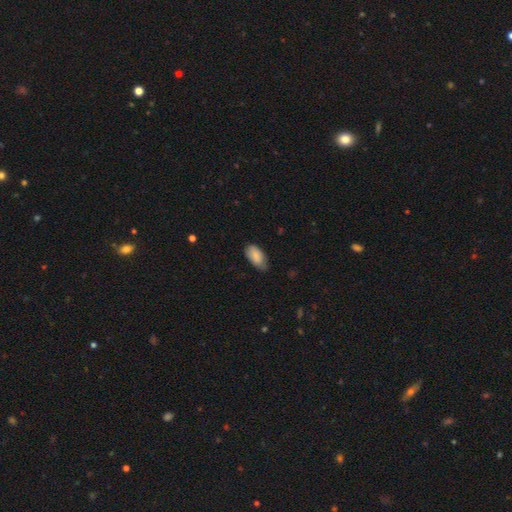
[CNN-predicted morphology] Overall: smooth (86%). How rounded: in between (94%). Merging: none (64%; minor disturbance 30%).